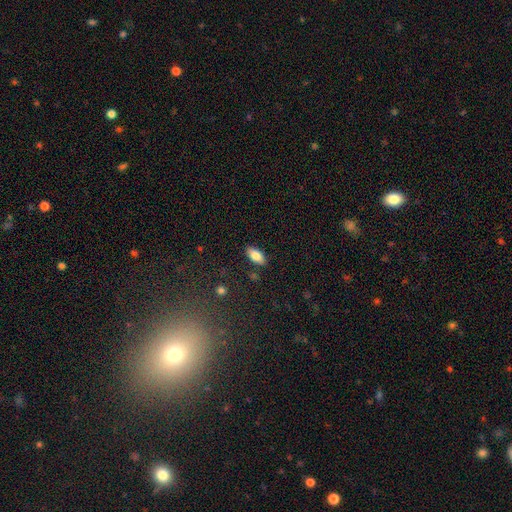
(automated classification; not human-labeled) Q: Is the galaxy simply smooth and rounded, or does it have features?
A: smooth — 83%.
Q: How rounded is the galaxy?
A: in between — 90%.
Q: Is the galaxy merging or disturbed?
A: none — 87%.